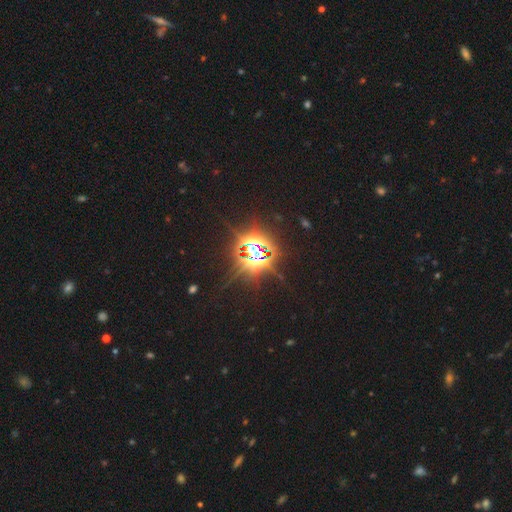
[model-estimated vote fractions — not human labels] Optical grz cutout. It shows a star or artifact, not a galaxy (85%).